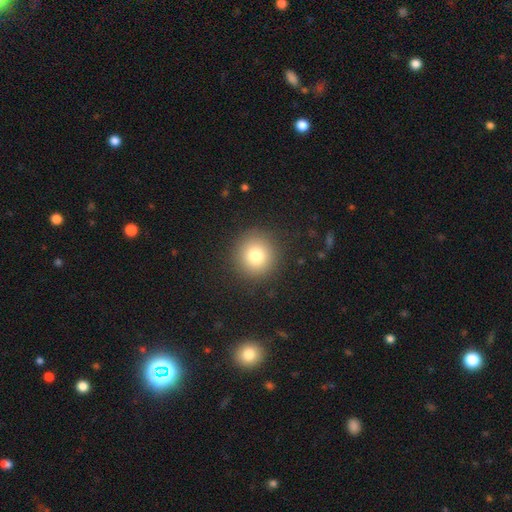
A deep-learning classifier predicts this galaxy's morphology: This appears to be a smooth galaxy with no disk features (80%) that is round (93%). Merging: none (90%).